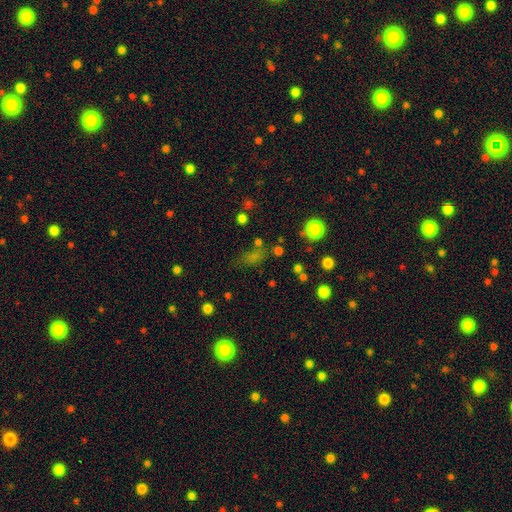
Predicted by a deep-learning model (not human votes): Q: Smooth or featured?
A: smooth (52%); runner-up: star or artifact (37%)
Q: How rounded?
A: in between (58%); runner-up: round (32%)
Q: Merging?
A: none (64%); runner-up: minor disturbance (16%)